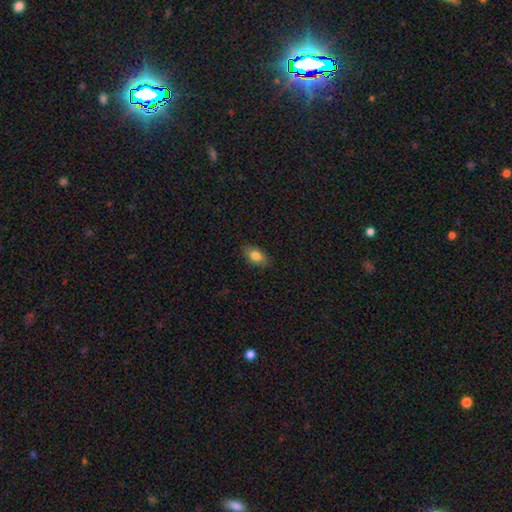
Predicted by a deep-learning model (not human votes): Morphology: type=smooth (80%); roundness=in between (88%); merging=none (84%).